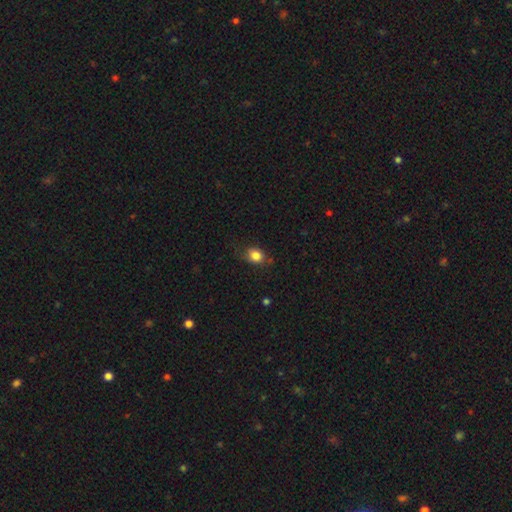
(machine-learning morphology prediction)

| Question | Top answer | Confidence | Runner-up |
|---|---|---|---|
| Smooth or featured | smooth | 83% | star or artifact (10%) |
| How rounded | round | 56% | in between (43%) |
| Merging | none | 69% | minor disturbance (23%) |